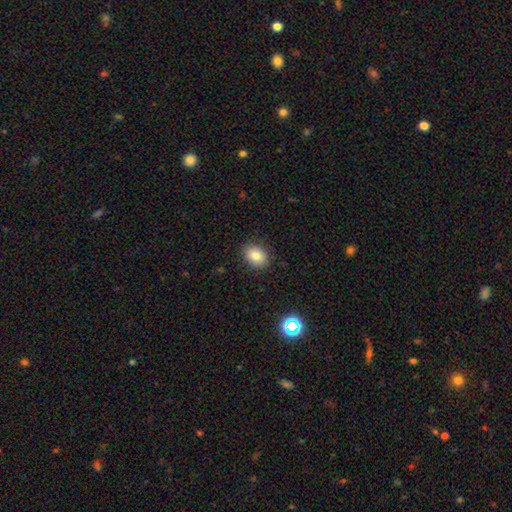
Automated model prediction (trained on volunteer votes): Overall: smooth (81%). How rounded: in between (61%; round 38%). Merging: none (88%).